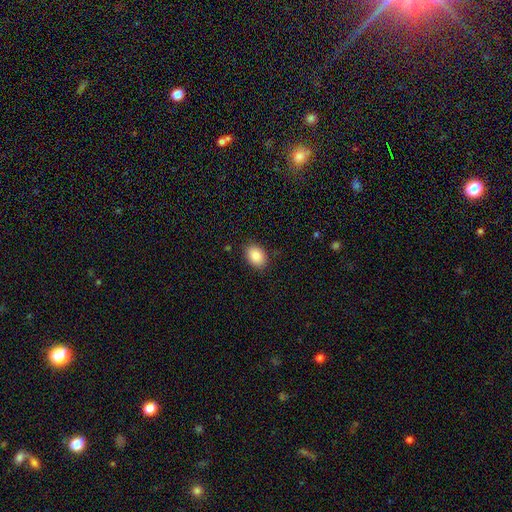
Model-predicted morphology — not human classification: A smooth galaxy with no disk features (87%) that is in between round and cigar-shaped (79%).

Vote fractions:
- Smooth or featured? smooth: 87% / star or artifact: 8% / featured or disk: 5%
- How rounded? in between: 79% / round: 20% / cigar-shaped: 1%
- Merging? none: 87% / minor disturbance: 9% / major disturbance: 2% / merger: 1%